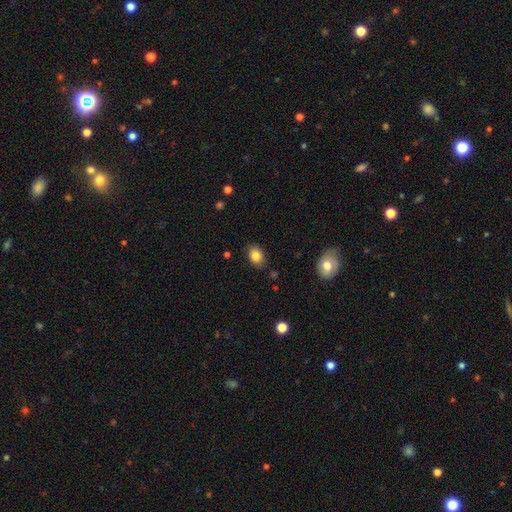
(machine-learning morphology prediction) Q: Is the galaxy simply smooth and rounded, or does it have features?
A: smooth — 84%.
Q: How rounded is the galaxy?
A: in between — 75%.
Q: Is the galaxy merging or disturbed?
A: none — 85%.